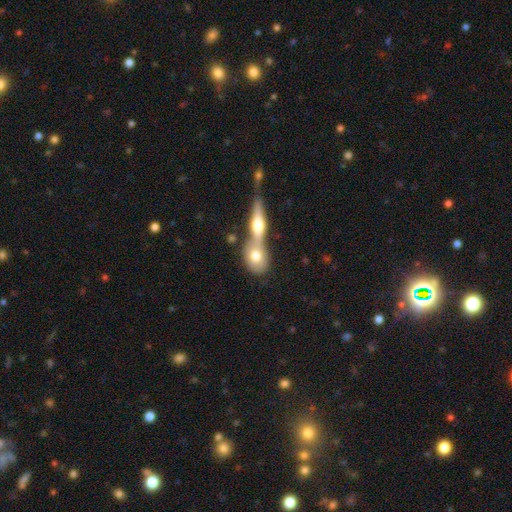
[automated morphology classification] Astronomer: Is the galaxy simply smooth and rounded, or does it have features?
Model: smooth — 66%.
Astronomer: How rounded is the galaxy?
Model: in between — 56% (runner-up: round, 35%).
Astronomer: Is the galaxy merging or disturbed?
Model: merger — 58%.